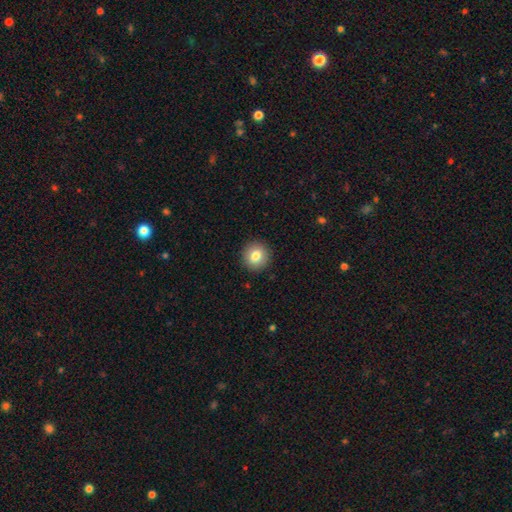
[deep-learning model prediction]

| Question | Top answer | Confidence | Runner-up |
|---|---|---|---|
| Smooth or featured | smooth | 81% | star or artifact (10%) |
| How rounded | round | 94% | in between (5%) |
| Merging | none | 92% | minor disturbance (5%) |